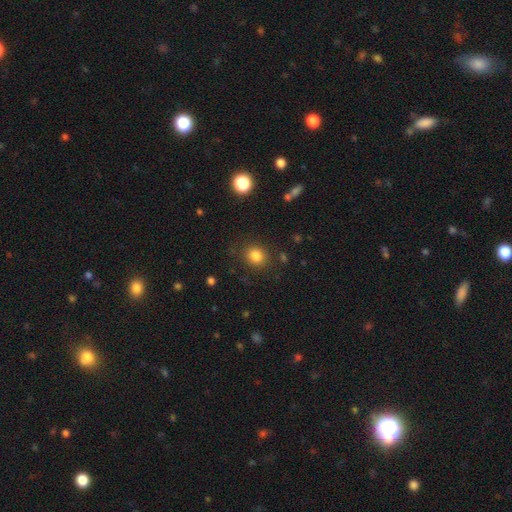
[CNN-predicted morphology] Smooth or featured? smooth (82%)
How rounded? round (72%)
Merging? none (85%)